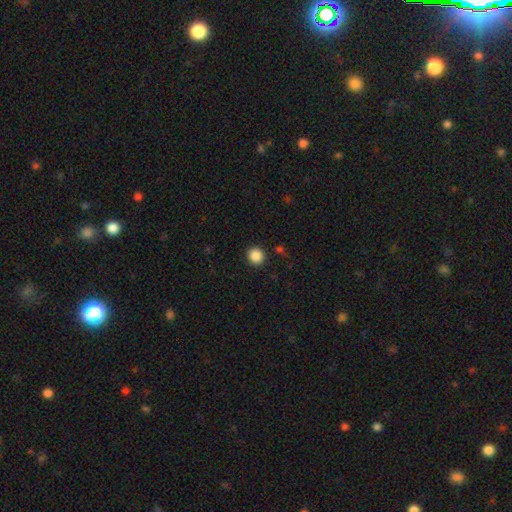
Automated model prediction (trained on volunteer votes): smooth-or-featured: smooth: 87% | star or artifact: 10% | featured or disk: 3%
  how-rounded: round: 91% | in between: 8% | cigar-shaped: 1%
  merging: none: 91% | minor disturbance: 6% | major disturbance: 2% | merger: 2%